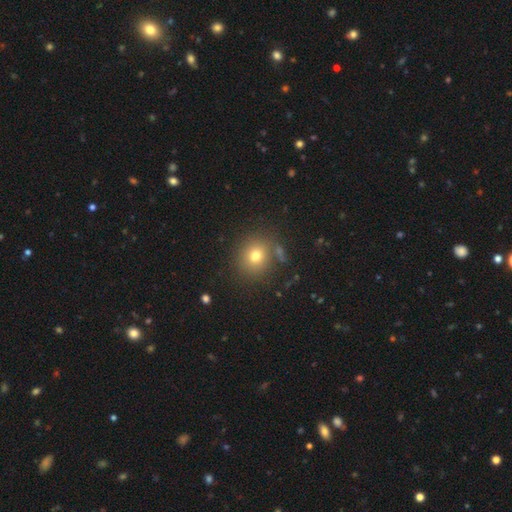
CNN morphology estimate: Smooth or featured: smooth — 75% (star or artifact — 15%)
How rounded: round — 85% (in between — 14%)
Merging: none — 81% (minor disturbance — 10%)